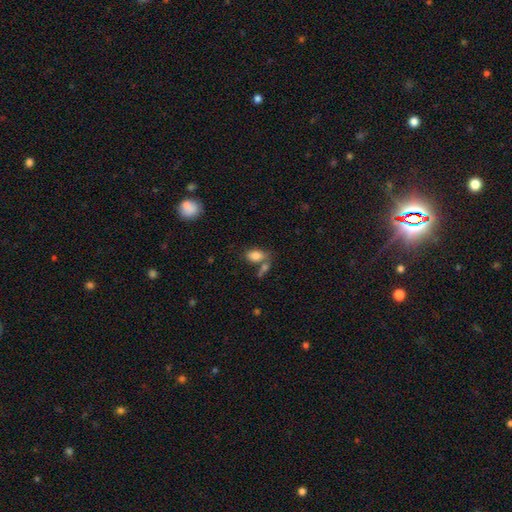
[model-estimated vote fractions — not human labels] Smooth or featured? Predicted: smooth (p=0.84). How rounded? Predicted: in between (p=0.89). Merging? Predicted: none (p=0.54).